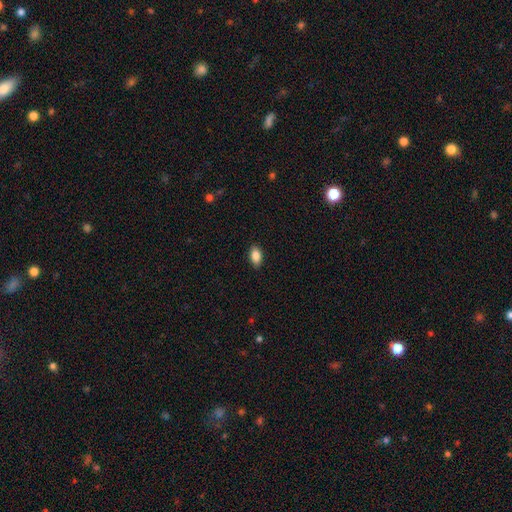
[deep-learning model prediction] This is clearly a smooth galaxy (86%). How rounded: clearly in between (91%). Merging: clearly none (89%).